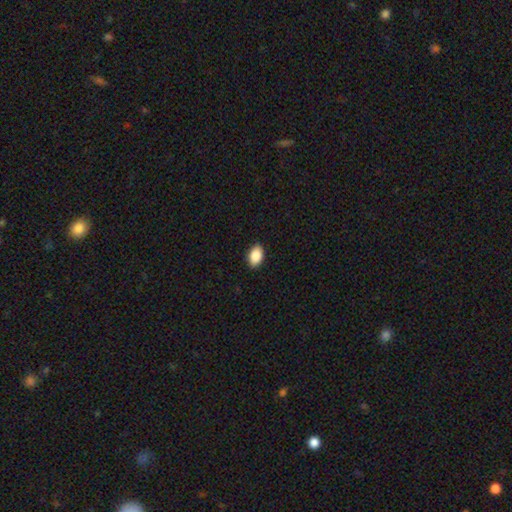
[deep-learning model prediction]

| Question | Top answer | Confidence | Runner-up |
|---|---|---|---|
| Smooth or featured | smooth | 88% | star or artifact (7%) |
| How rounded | in between | 90% | round (9%) |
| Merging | none | 90% | minor disturbance (8%) |